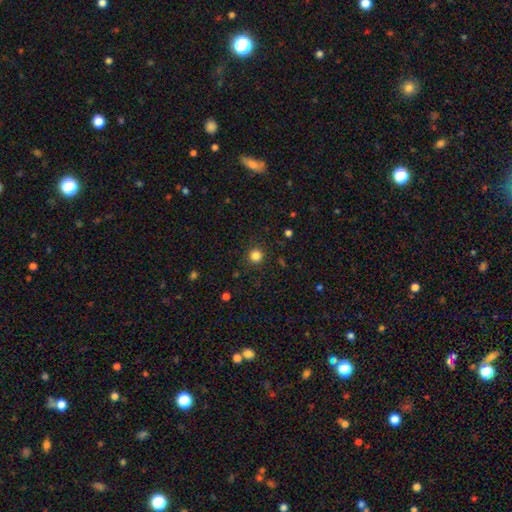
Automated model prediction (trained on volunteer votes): smooth 83%, star or artifact 13%, featured or disk 4%. Down the decision tree: how rounded — round (95%); merging — none (91%).